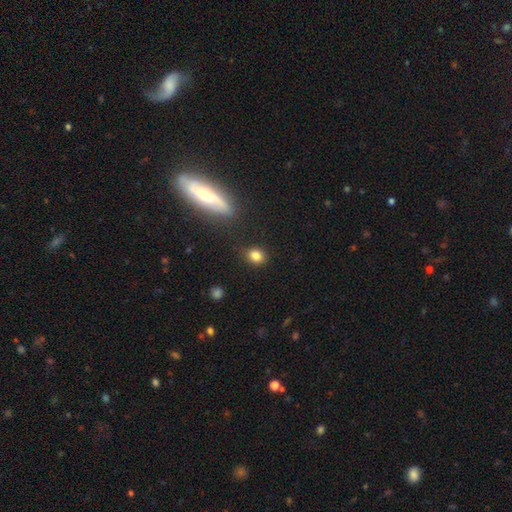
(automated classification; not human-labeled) Smooth or featured? smooth (83%)
How rounded? round (62%)
Merging? none (84%)